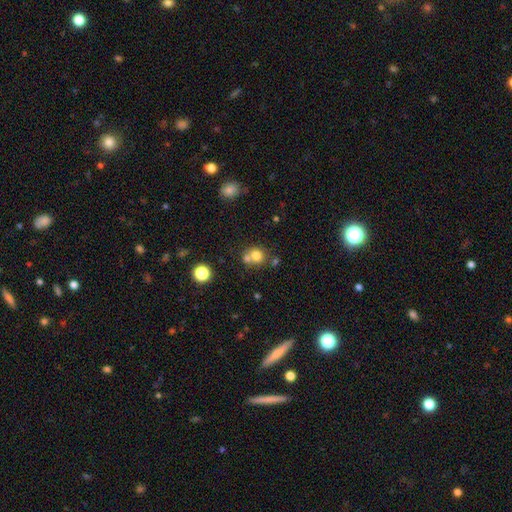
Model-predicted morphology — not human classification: type=smooth (74%); roundness=round (80%); merging=none (46%).